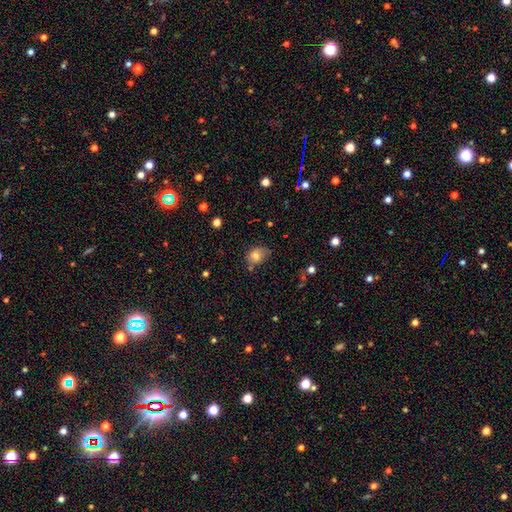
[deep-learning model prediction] Smooth or featured? smooth (78%)
How rounded? in between (52%)
Merging? none (59%)